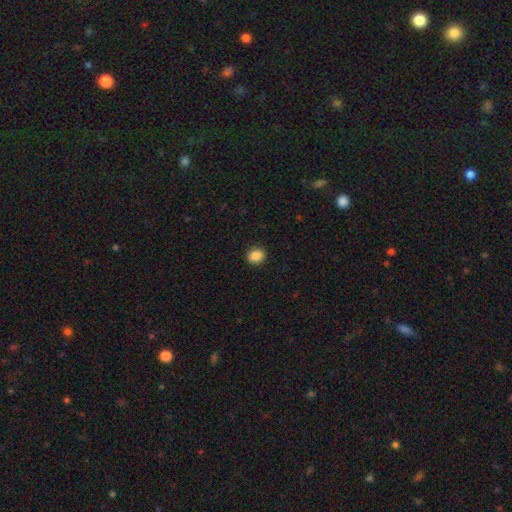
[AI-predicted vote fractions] A smooth galaxy with no disk features (87%) that is round (69%).

Vote fractions:
- Smooth or featured? smooth: 87% / star or artifact: 9% / featured or disk: 4%
- How rounded? round: 69% / in between: 31% / cigar-shaped: 1%
- Merging? none: 91% / minor disturbance: 6% / major disturbance: 2% / merger: 1%